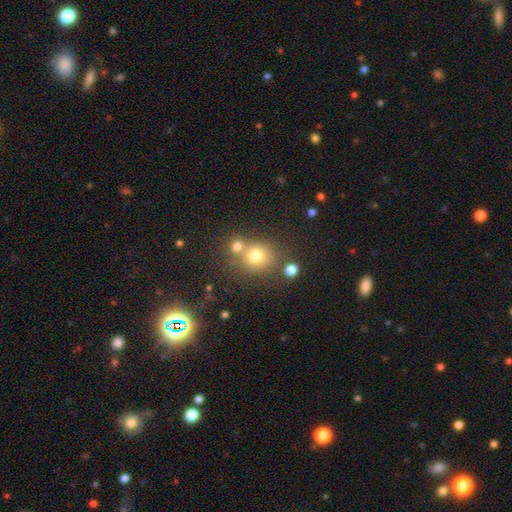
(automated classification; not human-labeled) Morphology: type=smooth (73%); roundness=round (82%); merging=none (58%).